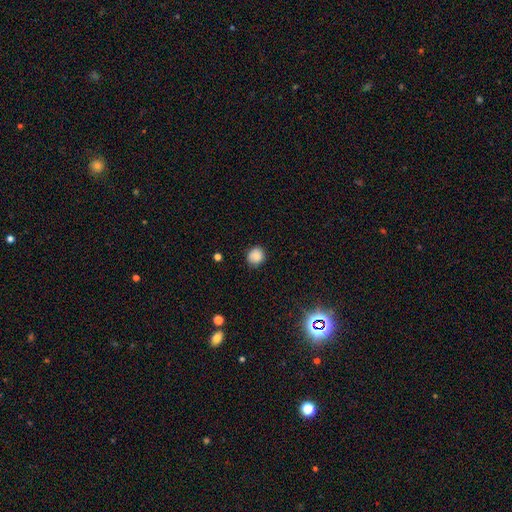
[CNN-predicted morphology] Q: Smooth or featured?
A: smooth (86%); runner-up: star or artifact (10%)
Q: How rounded?
A: round (79%); runner-up: in between (20%)
Q: Merging?
A: none (82%); runner-up: minor disturbance (14%)